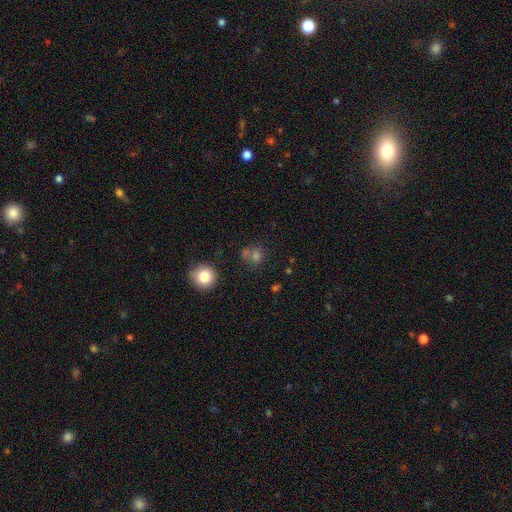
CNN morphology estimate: Overall: smooth (67%). How rounded: round (87%). Merging: none (62%; merger 23%).